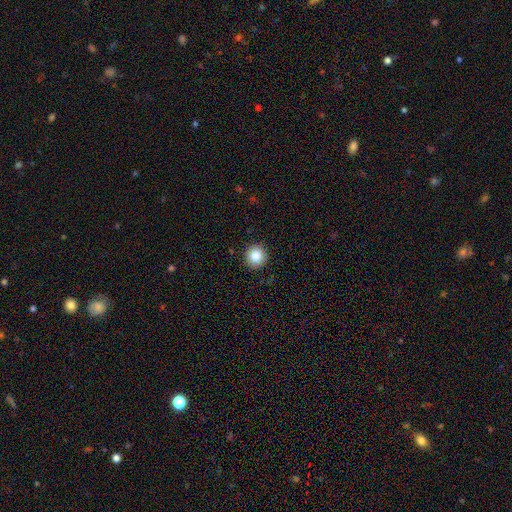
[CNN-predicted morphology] Smooth or featured?
  - smooth: 85% *
  - star or artifact: 9%
  - featured or disk: 6%
How rounded?
  - round: 94% *
  - in between: 5%
  - cigar-shaped: 1%
Merging?
  - none: 92% *
  - minor disturbance: 6%
  - major disturbance: 2%
  - merger: 1%